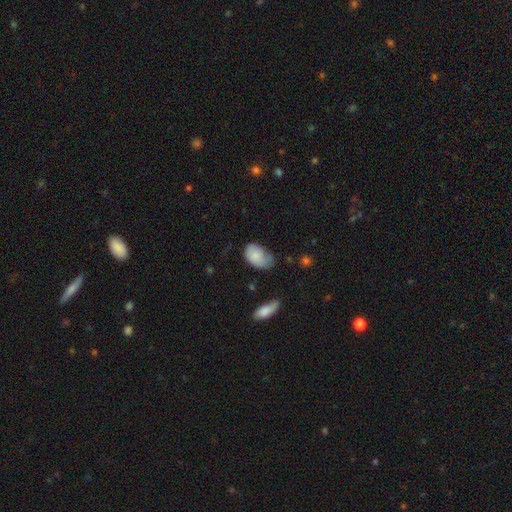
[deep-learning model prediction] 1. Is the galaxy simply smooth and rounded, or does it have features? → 80% smooth, 13% featured or disk, 7% star or artifact.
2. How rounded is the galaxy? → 90% in between, 9% round, 1% cigar-shaped.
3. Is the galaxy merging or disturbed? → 44% minor disturbance, 37% none, 16% major disturbance, 3% merger.